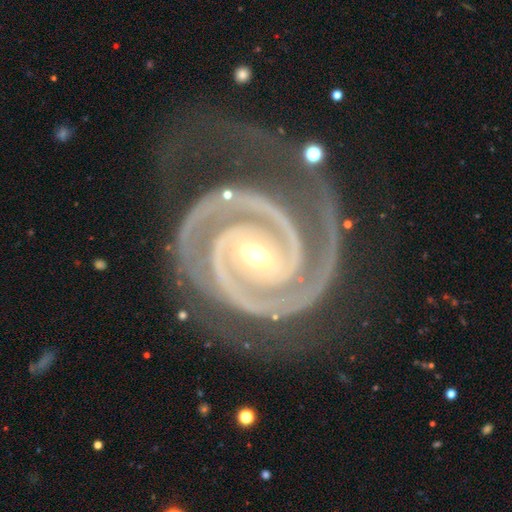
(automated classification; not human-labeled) This is clearly a featured or disk galaxy (94%). It is clearly not viewed edge-on (98%). Bar: marginally strong (41%). Spiral arm pattern: clearly yes (99%). Spiral arm count: clearly 2 (84%). Spiral winding: clearly tight (81%). Central bulge: possibly small (56%). Merging: likely none (61%).